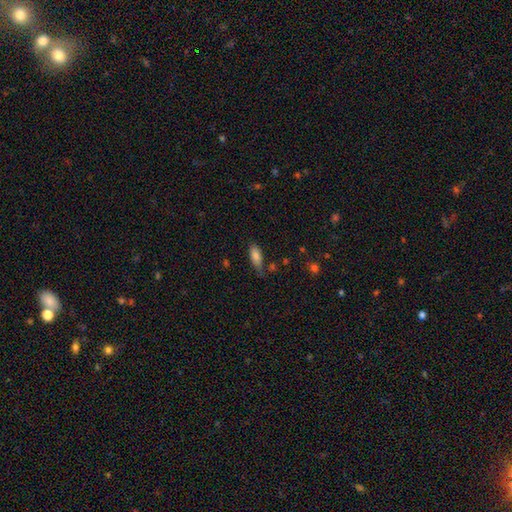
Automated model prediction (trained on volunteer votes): smooth 82%, featured or disk 10%, star or artifact 8%. Down the decision tree: how rounded — in between (79%); merging — none (62%).